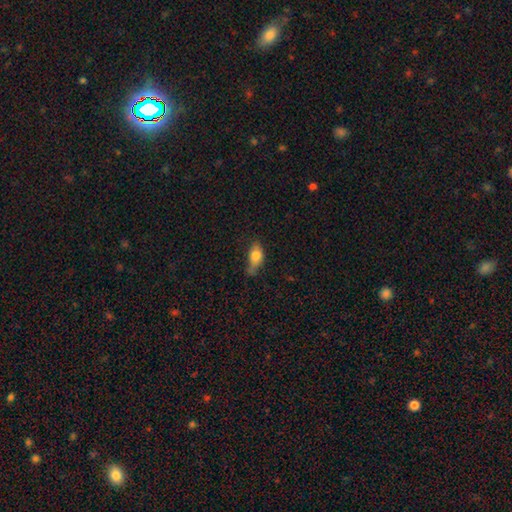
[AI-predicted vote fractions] Smooth or featured? Predicted: smooth (p=0.78). How rounded? Predicted: in between (p=0.84). Merging? Predicted: none (p=0.40, tied with minor disturbance).